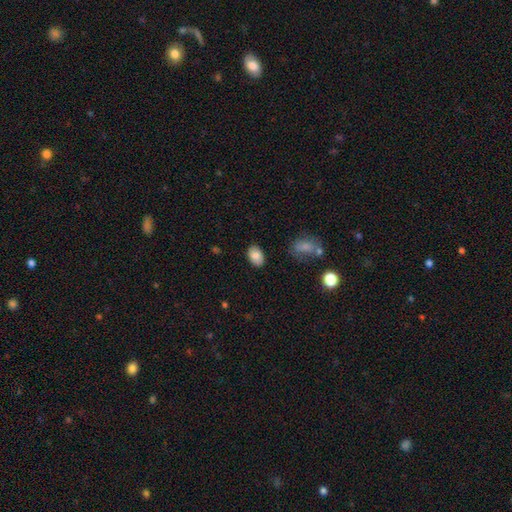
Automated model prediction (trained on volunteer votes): This is clearly a smooth galaxy (85%). How rounded: clearly in between (85%). Merging: clearly none (85%).